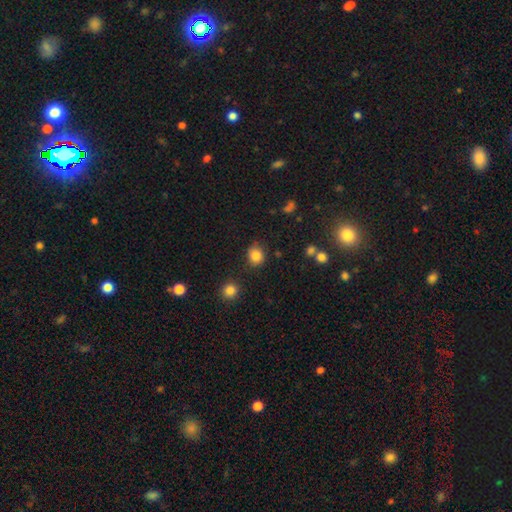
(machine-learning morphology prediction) Q: Smooth or featured?
A: smooth (85%); runner-up: star or artifact (11%)
Q: How rounded?
A: round (70%); runner-up: in between (29%)
Q: Merging?
A: none (77%); runner-up: minor disturbance (16%)